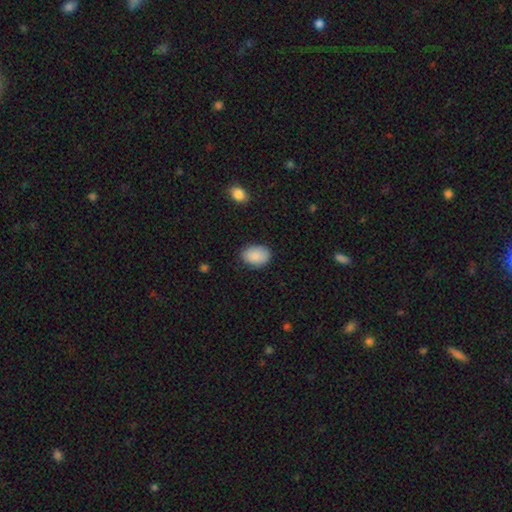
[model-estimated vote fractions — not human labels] smooth_or_featured: smooth (p=0.88) [alt: star or artifact p=0.07]
how_rounded: in between (p=0.76) [alt: round p=0.23]
merging: none (p=0.80) [alt: minor disturbance p=0.15]